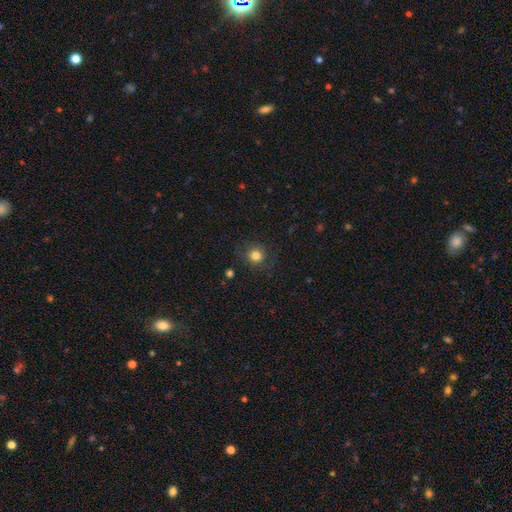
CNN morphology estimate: Q: Smooth or featured?
A: smooth (81%); runner-up: star or artifact (12%)
Q: How rounded?
A: round (90%); runner-up: in between (9%)
Q: Merging?
A: none (82%); runner-up: minor disturbance (12%)